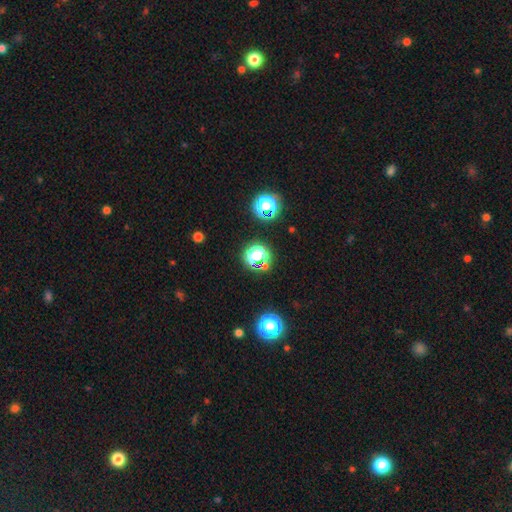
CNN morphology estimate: A star or artifact, not a galaxy (51%).